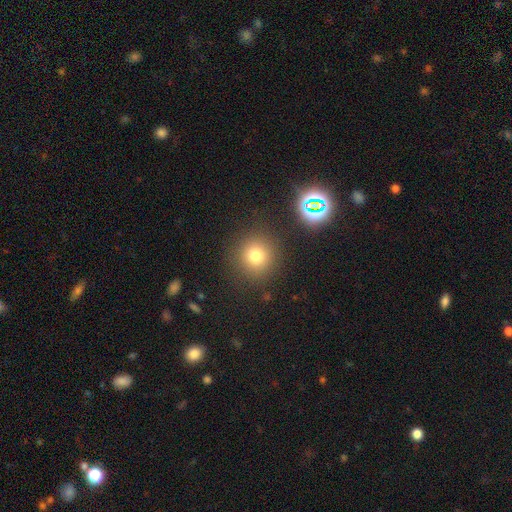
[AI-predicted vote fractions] A smooth galaxy with no disk features (75%) that is round (92%).

Vote fractions:
- Smooth or featured? smooth: 75% / star or artifact: 17% / featured or disk: 8%
- How rounded? round: 92% / in between: 7% / cigar-shaped: 1%
- Merging? none: 87% / minor disturbance: 7% / major disturbance: 3% / merger: 3%